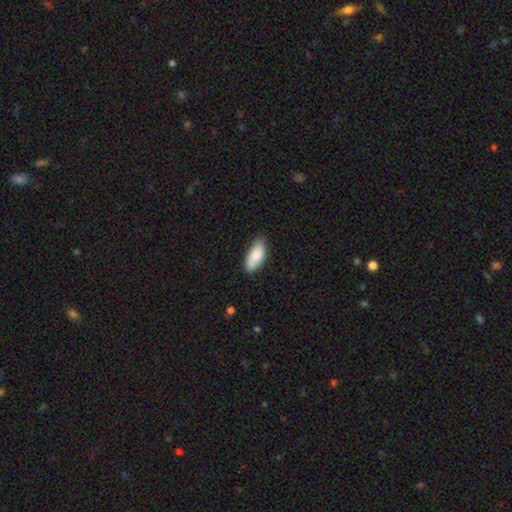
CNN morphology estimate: This appears to be a smooth galaxy with no disk features (84%) that is in between round and cigar-shaped (88%). Merging: none (79%).